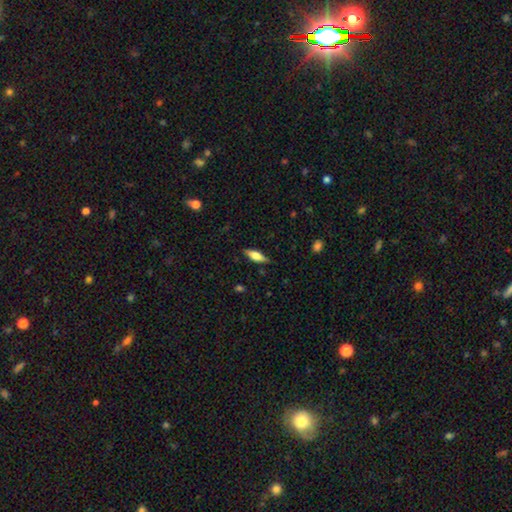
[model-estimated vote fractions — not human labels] Smooth or featured? smooth (49%)
Merging? none (84%)